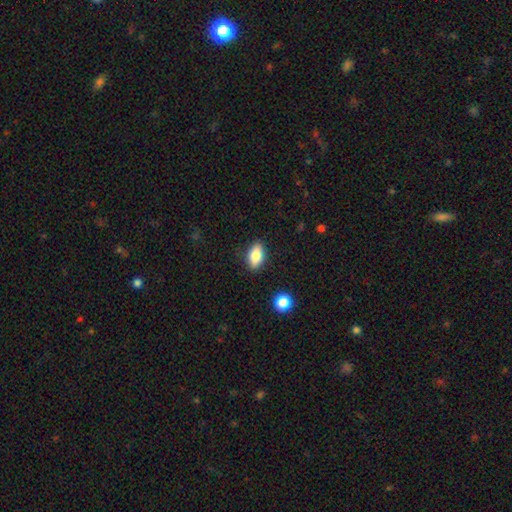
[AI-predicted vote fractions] This appears to be a smooth galaxy with no disk features (82%) that is in between round and cigar-shaped (88%). Merging: none (86%).